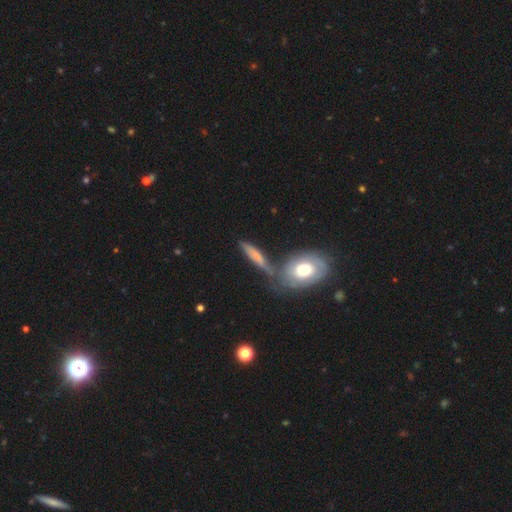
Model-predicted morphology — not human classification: The model was most divided on "smooth or featured": smooth: 59%, featured or disk: 34%, star or artifact: 7%. More confident: how rounded — cigar-shaped (70%); merging — none (53%).